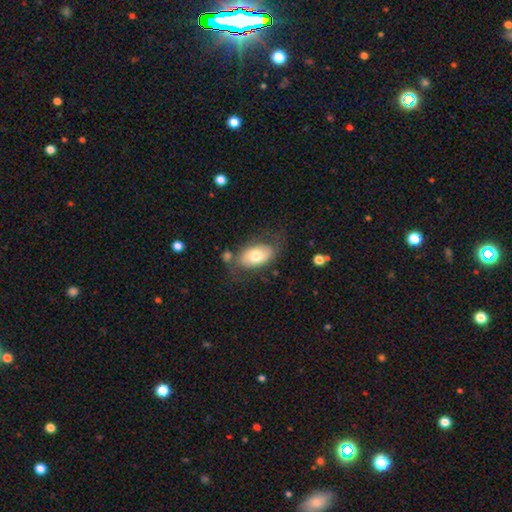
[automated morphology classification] Overall: smooth (65%; featured or disk 29%). How rounded: in between (92%). Merging: none (65%).